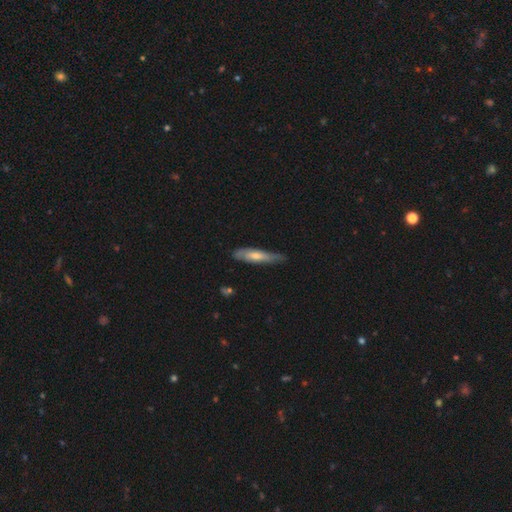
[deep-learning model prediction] Smooth or featured? smooth (54%)
How rounded? cigar-shaped (77%)
Merging? none (62%)